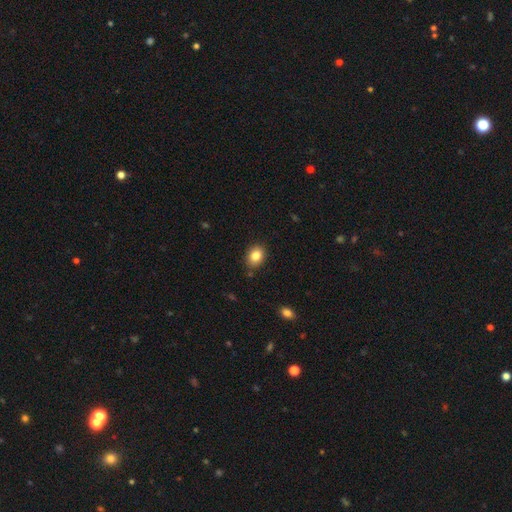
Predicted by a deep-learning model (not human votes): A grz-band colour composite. It shows a smooth galaxy with no disk features (84%) that is in between round and cigar-shaped (61%). Merging: none (87%).